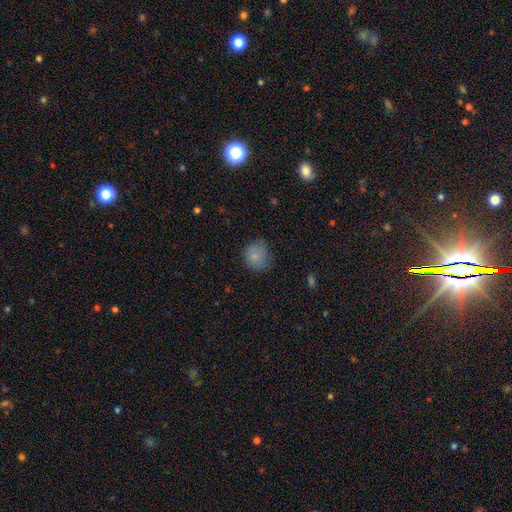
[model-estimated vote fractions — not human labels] The model was most divided on "merging": none: 71%, minor disturbance: 22%, major disturbance: 6%, merger: 1%. More confident: smooth or featured — smooth (82%); how rounded — round (81%).